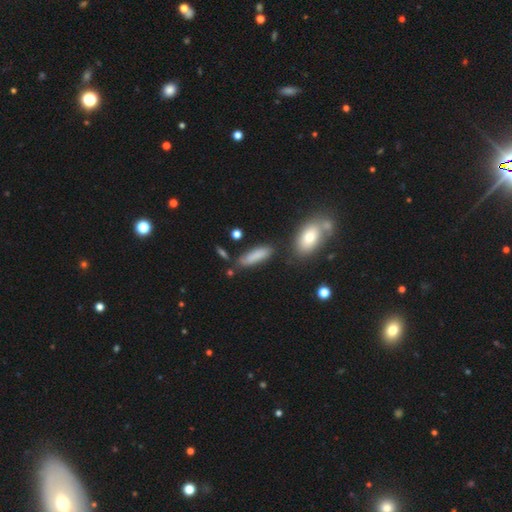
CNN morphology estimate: smooth-or-featured: smooth: 81% | featured or disk: 12% | star or artifact: 7%
  how-rounded: cigar-shaped: 58% | in between: 40% | round: 2%
  merging: none: 74% | minor disturbance: 16% | merger: 6% | major disturbance: 4%